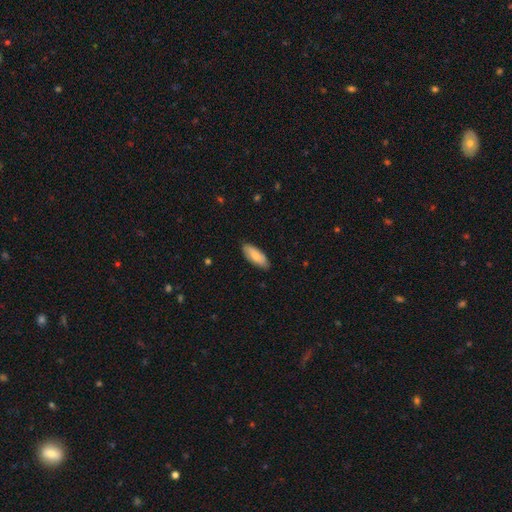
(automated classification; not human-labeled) Overall: smooth (80%). How rounded: in between (77%). Merging: none (86%).